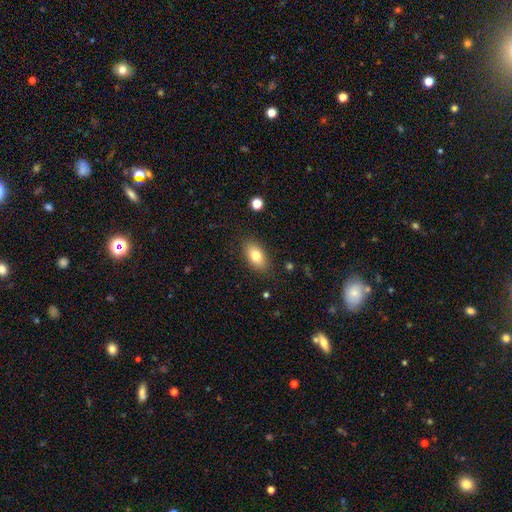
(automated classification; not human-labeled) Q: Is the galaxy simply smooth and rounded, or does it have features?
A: smooth — 78%.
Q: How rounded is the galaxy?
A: in between — 89%.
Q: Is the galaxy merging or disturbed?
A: none — 85%.